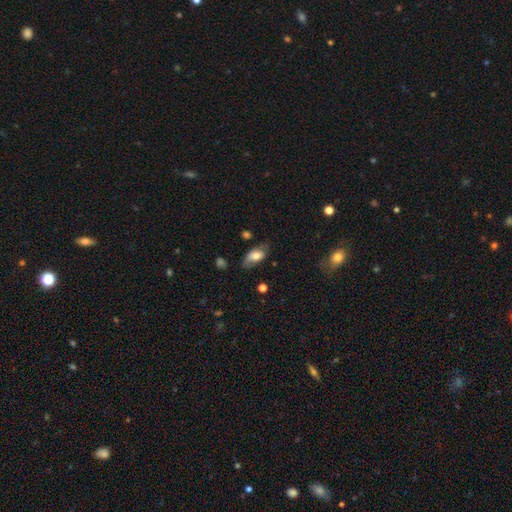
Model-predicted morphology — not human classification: smooth_or_featured: smooth (p=0.62) [alt: featured or disk p=0.30]
how_rounded: in between (p=0.90) [alt: cigar-shaped p=0.05]
merging: none (p=0.62) [alt: minor disturbance p=0.27]